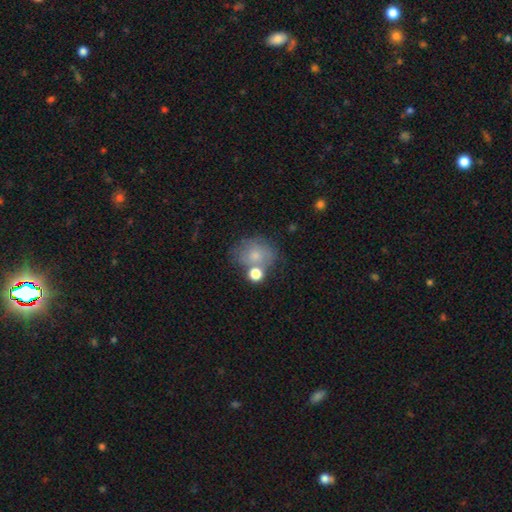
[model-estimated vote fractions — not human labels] A smooth galaxy with no disk features (72%) that is round (63%). Merging: none (52%).